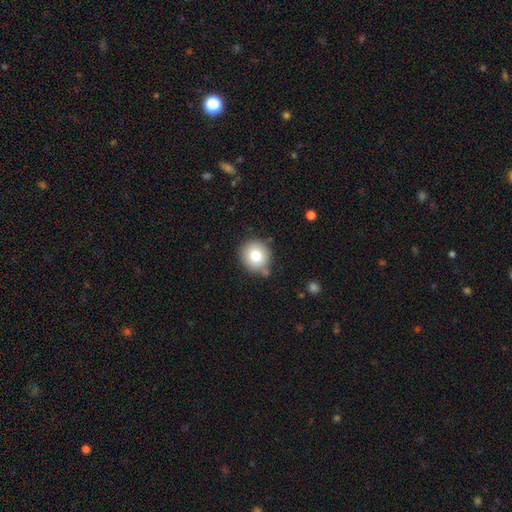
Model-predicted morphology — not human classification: Smooth or featured? smooth (78%)
How rounded? round (91%)
Merging? none (76%)